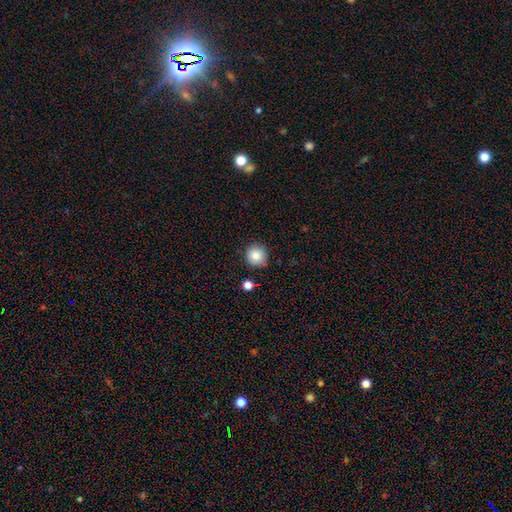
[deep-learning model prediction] Smooth or featured: smooth — 84% (star or artifact — 10%)
How rounded: round — 95% (in between — 4%)
Merging: none — 87% (minor disturbance — 8%)